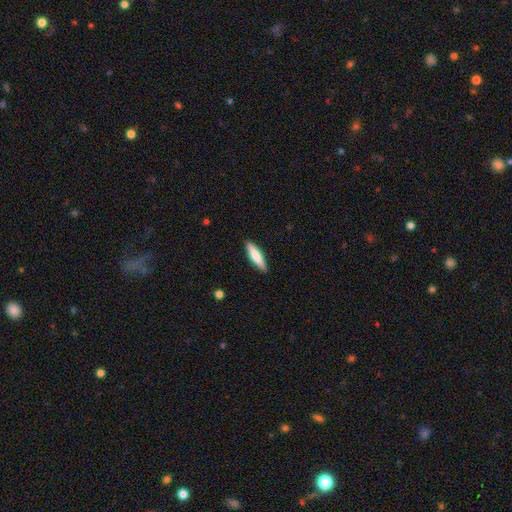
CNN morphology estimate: smooth 72%, featured or disk 23%, star or artifact 5%. Down the decision tree: how rounded — cigar-shaped (75%); merging — none (89%).